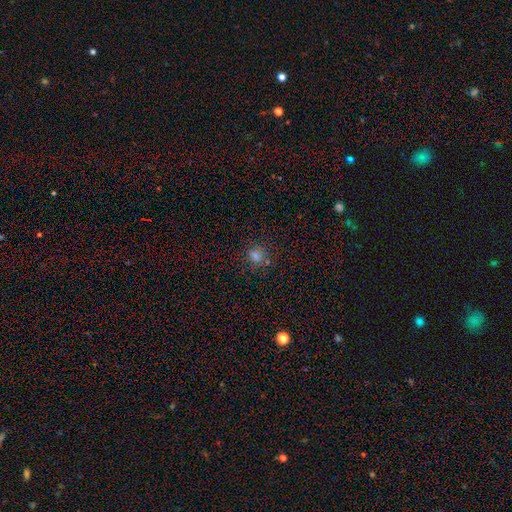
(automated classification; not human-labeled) Smooth or featured: smooth — 68% (star or artifact — 25%)
How rounded: round — 81% (in between — 17%)
Merging: none — 81% (minor disturbance — 11%)